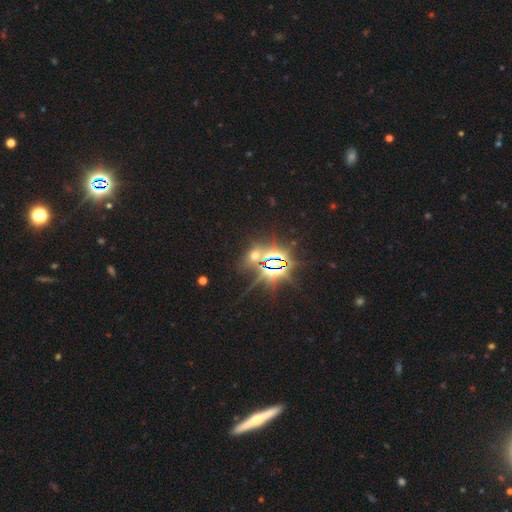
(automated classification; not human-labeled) This appears to be a star or artifact, not a galaxy (70%).